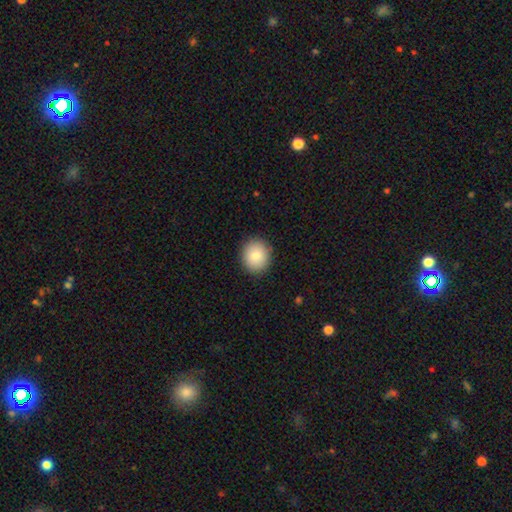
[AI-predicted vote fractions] Smooth or featured? Predicted: smooth (p=0.85). How rounded? Predicted: round (p=0.75). Merging? Predicted: none (p=0.90).